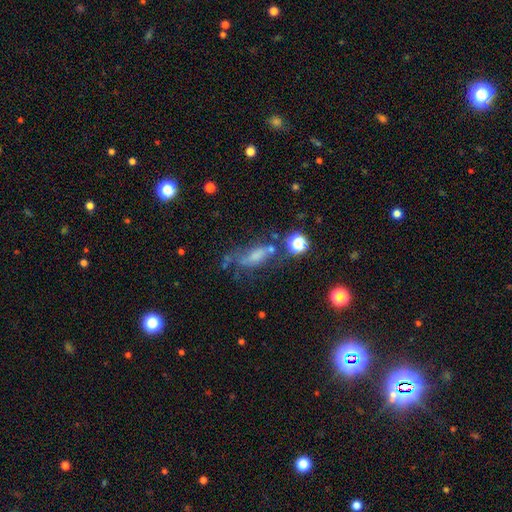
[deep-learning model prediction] Smooth or featured? Predicted: smooth (p=0.42). Merging? Predicted: none (p=0.40).